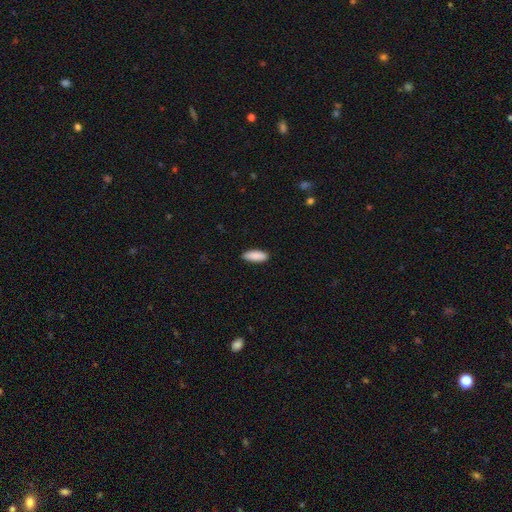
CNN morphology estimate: Smooth or featured? smooth (90%)
How rounded? in between (70%)
Merging? none (89%)